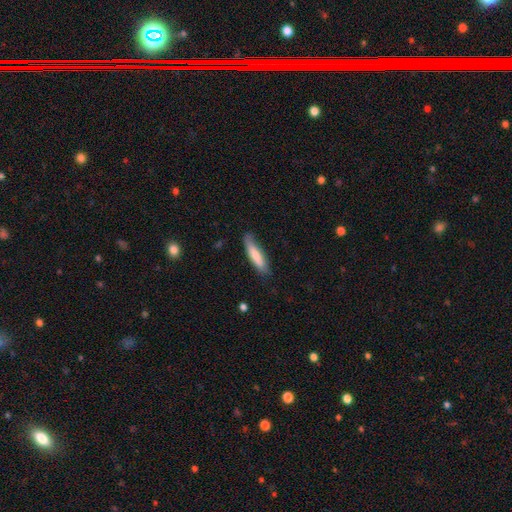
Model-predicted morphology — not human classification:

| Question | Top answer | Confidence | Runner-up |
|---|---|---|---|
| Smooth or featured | smooth | 76% | featured or disk (19%) |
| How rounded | cigar-shaped | 78% | in between (21%) |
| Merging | none | 76% | minor disturbance (19%) |